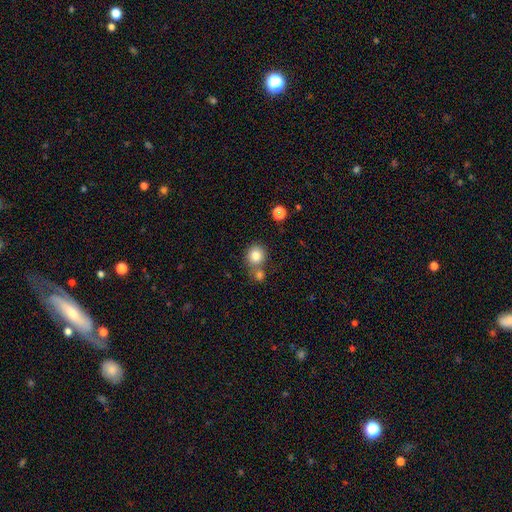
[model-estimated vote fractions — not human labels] The model was most divided on "merging": none: 60%, merger: 27%, minor disturbance: 10%, major disturbance: 3%. More confident: how rounded — round (85%); smooth or featured — smooth (81%).